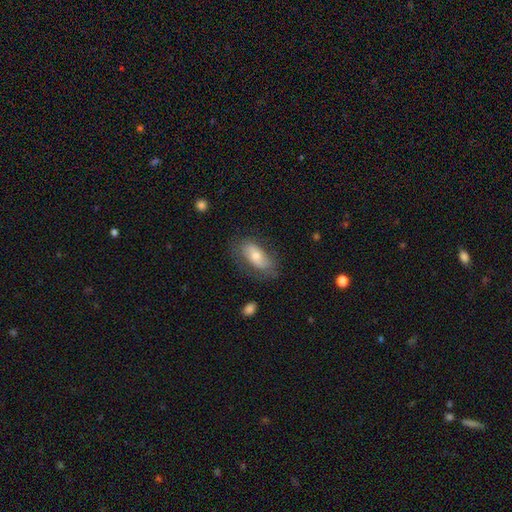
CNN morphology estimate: Q: Smooth or featured?
A: smooth (60%); runner-up: featured or disk (32%)
Q: How rounded?
A: in between (85%); runner-up: cigar-shaped (10%)
Q: Merging?
A: none (67%); runner-up: minor disturbance (21%)